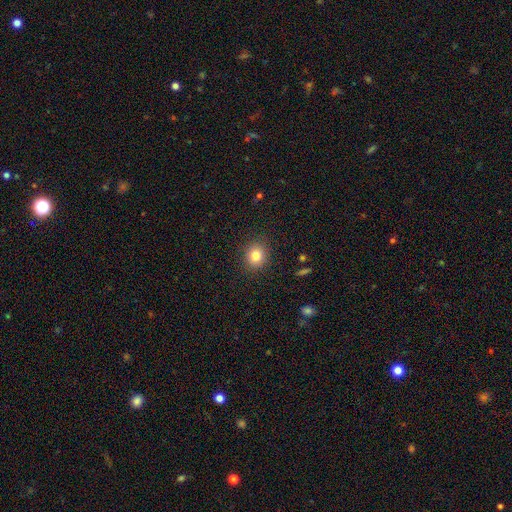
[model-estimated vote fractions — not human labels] Smooth or featured? smooth (82%)
How rounded? round (78%)
Merging? none (90%)